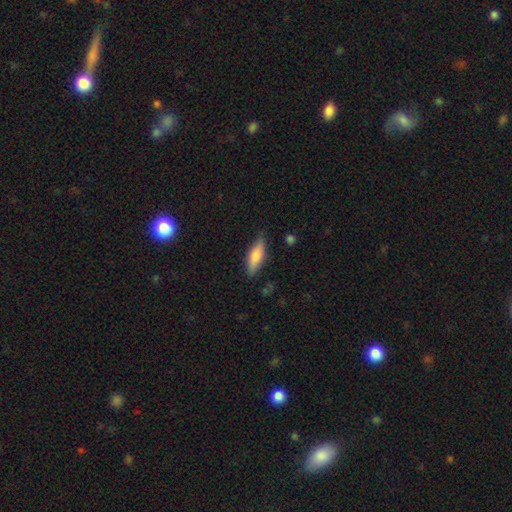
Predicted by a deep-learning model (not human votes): This is likely a smooth galaxy (72%). How rounded: possibly in between (52%). Merging: likely none (80%).